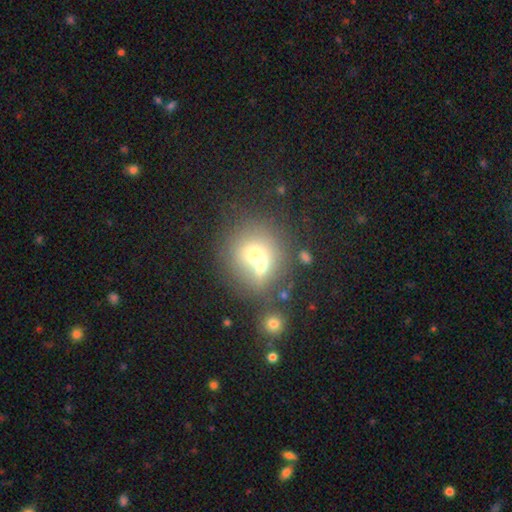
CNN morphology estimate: Overall: smooth (60%; featured or disk 26%). How rounded: round (82%). Merging: merger (53%; none 33%).